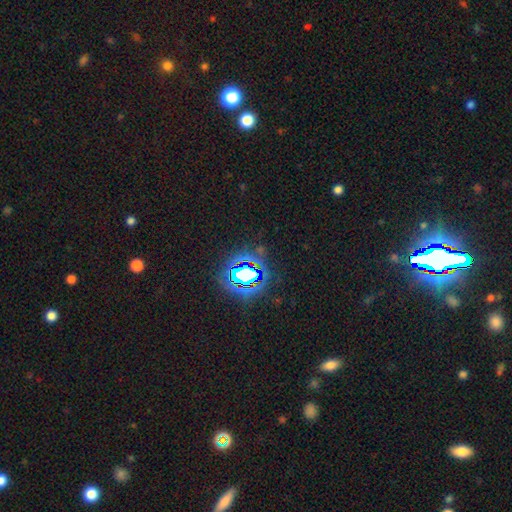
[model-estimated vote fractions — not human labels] Smooth or featured? star or artifact (85%)